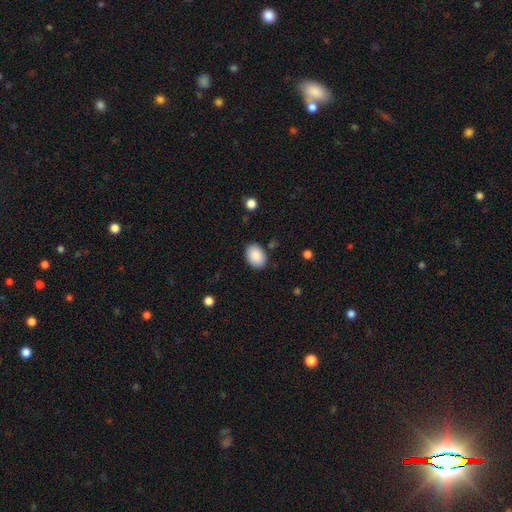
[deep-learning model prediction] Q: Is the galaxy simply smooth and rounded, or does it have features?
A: smooth — 90%.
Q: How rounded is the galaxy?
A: in between — 79%.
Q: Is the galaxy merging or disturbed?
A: none — 86%.